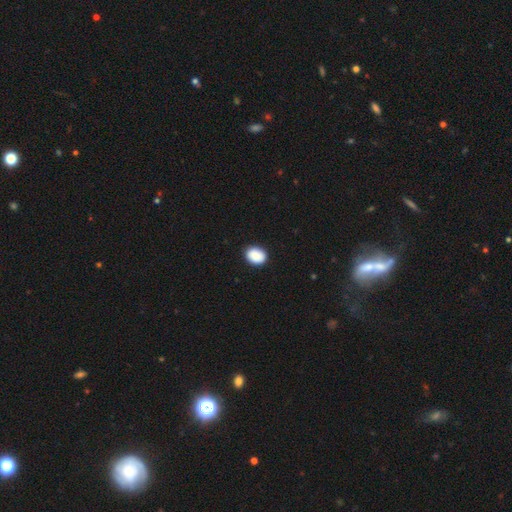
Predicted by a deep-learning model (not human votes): A smooth galaxy with no disk features (90%) that is in between round and cigar-shaped (62%).

Vote fractions:
- Smooth or featured? smooth: 90% / star or artifact: 7% / featured or disk: 3%
- How rounded? in between: 62% / round: 38% / cigar-shaped: 1%
- Merging? none: 88% / minor disturbance: 9% / major disturbance: 2% / merger: 1%